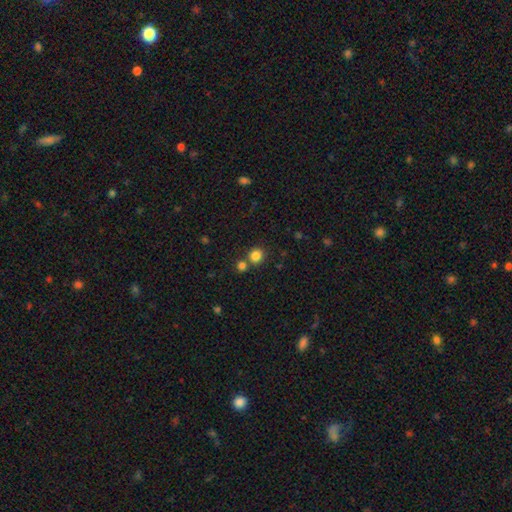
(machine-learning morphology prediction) Smooth or featured? smooth (82%)
How rounded? round (85%)
Merging? none (68%)